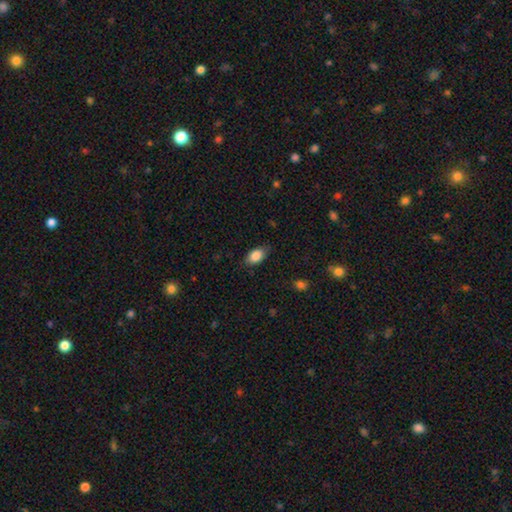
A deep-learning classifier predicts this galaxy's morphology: This appears to be a smooth galaxy with no disk features (87%) that is in between round and cigar-shaped (91%). Merging: none (80%).